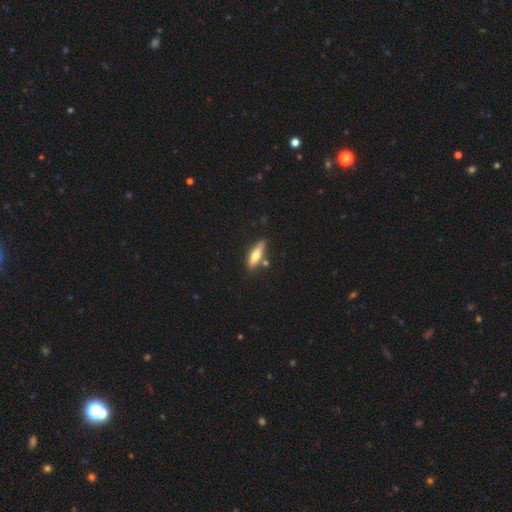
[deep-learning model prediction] Overall: smooth (54%; featured or disk 40%). How rounded: cigar-shaped (61%; in between 37%). Merging: none (78%).